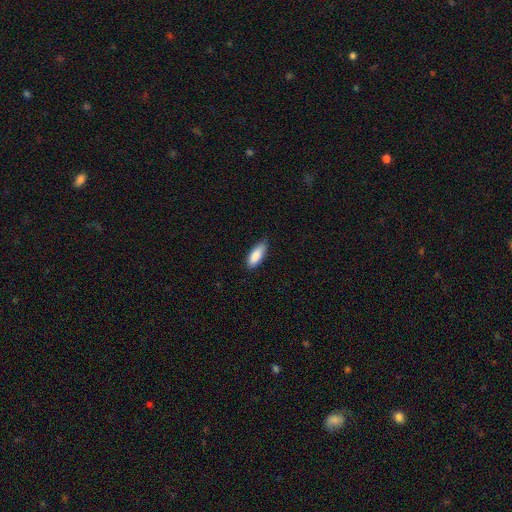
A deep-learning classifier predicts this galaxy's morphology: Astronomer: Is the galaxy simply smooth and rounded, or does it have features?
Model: smooth — 88%.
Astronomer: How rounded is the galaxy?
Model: in between — 74%.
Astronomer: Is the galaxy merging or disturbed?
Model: none — 78%.